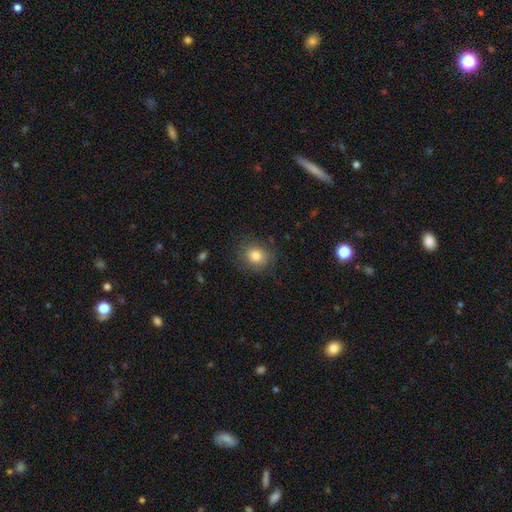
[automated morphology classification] A smooth galaxy with no disk features (80%) that is round (73%). Merging: none (81%).